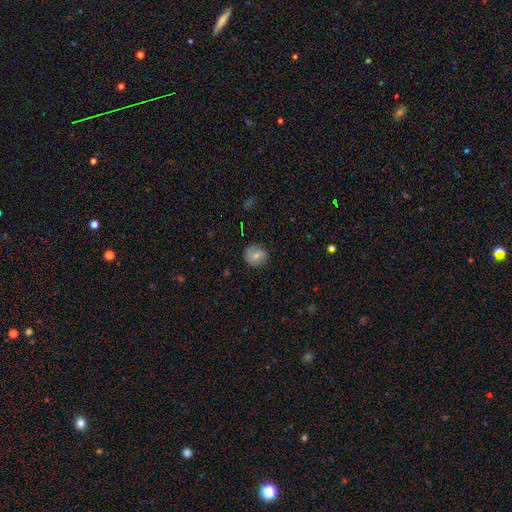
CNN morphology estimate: A smooth galaxy with no disk features (56%) that is round (80%).

Vote fractions:
- Smooth or featured? smooth: 56% / featured or disk: 35% / star or artifact: 9%
- How rounded? round: 80% / in between: 19% / cigar-shaped: 1%
- Merging? none: 75% / minor disturbance: 18% / major disturbance: 5% / merger: 1%